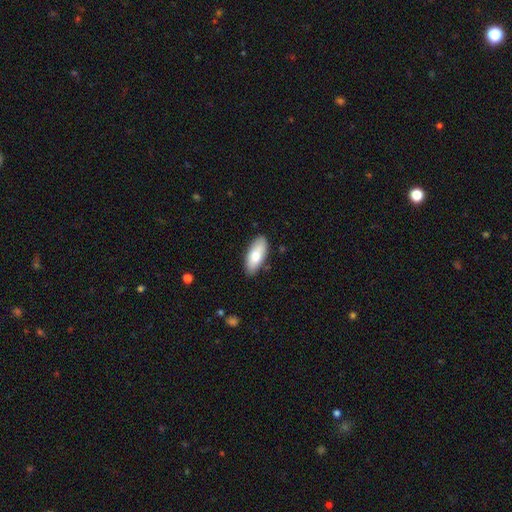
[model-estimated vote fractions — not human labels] Smooth or featured? smooth (79%)
How rounded? in between (83%)
Merging? none (85%)